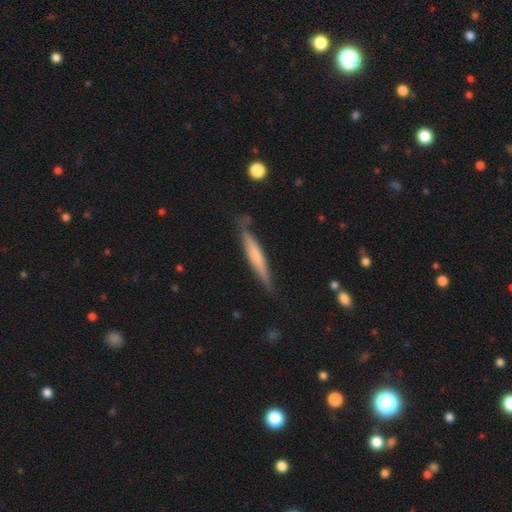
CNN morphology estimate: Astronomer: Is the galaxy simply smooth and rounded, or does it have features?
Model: smooth — 55% (runner-up: featured or disk, 40%).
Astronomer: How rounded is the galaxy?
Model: cigar-shaped — 93%.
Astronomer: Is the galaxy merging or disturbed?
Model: none — 77%.